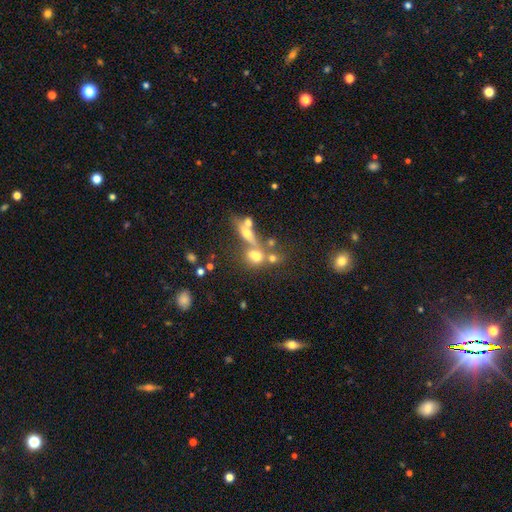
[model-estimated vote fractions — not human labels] smooth 55%, featured or disk 26%, star or artifact 19%. Down the decision tree: how rounded — round (46%); merging — merger (44%).